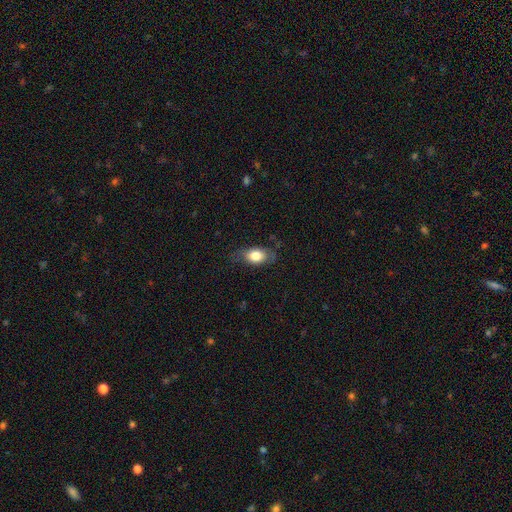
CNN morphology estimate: smooth 75%, featured or disk 18%, star or artifact 7%. Down the decision tree: how rounded — in between (83%); merging — none (66%).